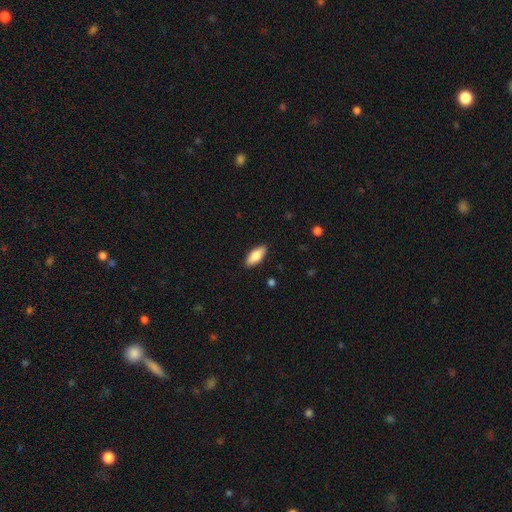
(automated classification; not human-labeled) Smooth or featured: smooth — 81% (featured or disk — 13%)
How rounded: in between — 84% (cigar-shaped — 13%)
Merging: none — 88% (minor disturbance — 9%)